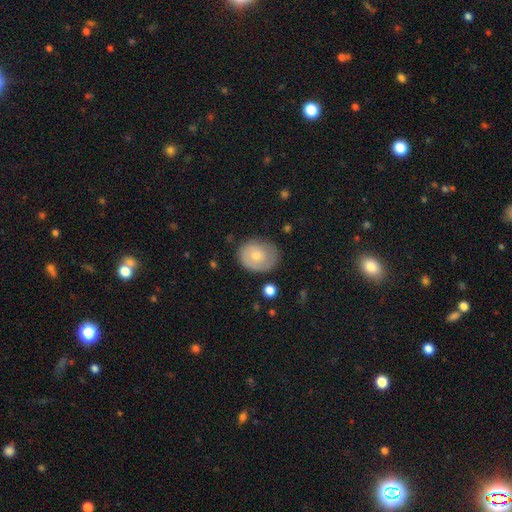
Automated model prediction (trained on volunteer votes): The model was most divided on "how rounded": round: 61%, in between: 39%, cigar-shaped: 1%. More confident: merging — none (68%); smooth or featured — smooth (61%).